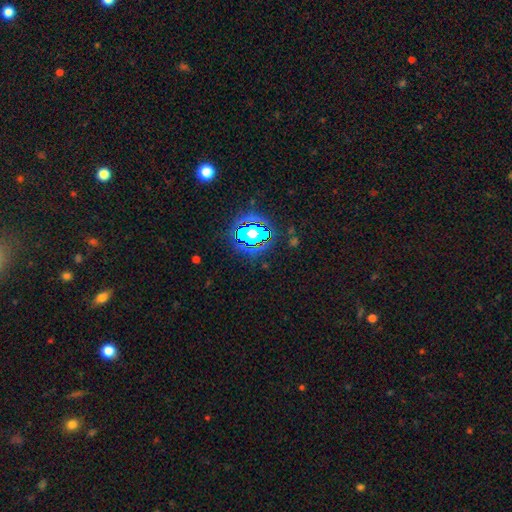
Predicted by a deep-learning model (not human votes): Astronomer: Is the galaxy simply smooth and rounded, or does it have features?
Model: star or artifact — 79%.